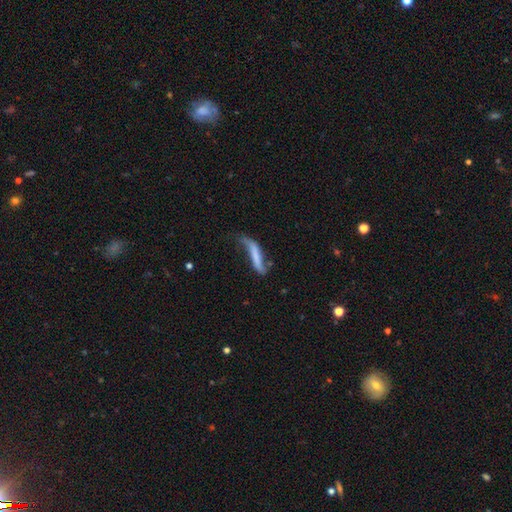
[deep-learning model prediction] A smooth galaxy with no disk features (48%).

Vote fractions:
- Smooth or featured? smooth: 48% / featured or disk: 44% / star or artifact: 8%
- Merging? none: 35% / minor disturbance: 31% / major disturbance: 27% / merger: 7%